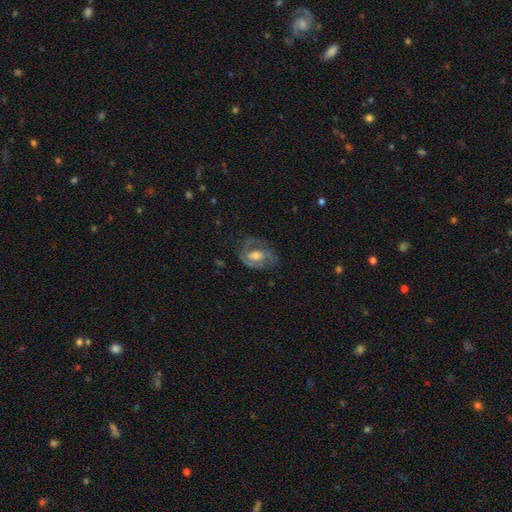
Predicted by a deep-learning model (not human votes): A featured or disk galaxy (66%) with no bar (51%), spiral arms (71%) and a moderate central bulge (60%).

Vote fractions:
- Smooth or featured? featured or disk: 66% / smooth: 26% / star or artifact: 8%
- Edge-on disk? no: 95% / yes: 5%
- Bar? no: 51% / weak: 36% / strong: 13%
- Spiral arms? yes: 71% / no: 29%
- Bulge size? moderate: 60% / large: 18% / small: 18% / none: 3% / dominant: 2%
- Merging? none: 61% / minor disturbance: 22% / major disturbance: 16% / merger: 2%